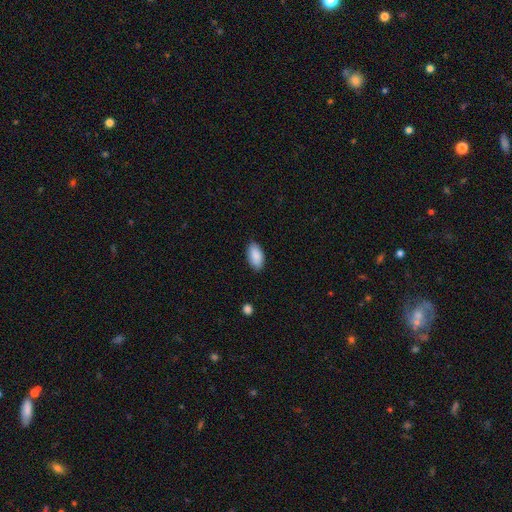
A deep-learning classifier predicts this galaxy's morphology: Overall: smooth (89%). How rounded: in between (94%). Merging: none (86%).